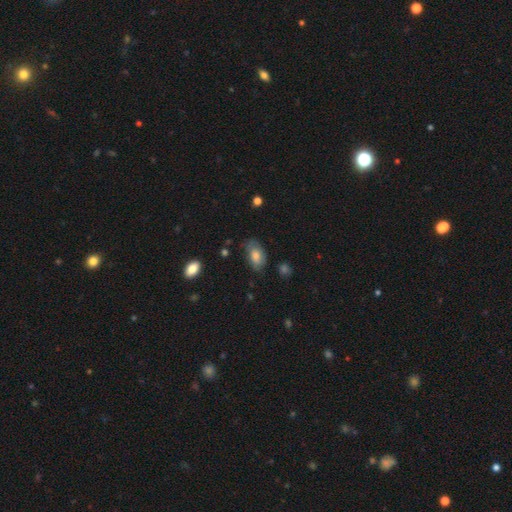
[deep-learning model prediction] Smooth or featured: smooth — 68% (featured or disk — 24%)
How rounded: in between — 91% (round — 7%)
Merging: none — 61% (minor disturbance — 28%)